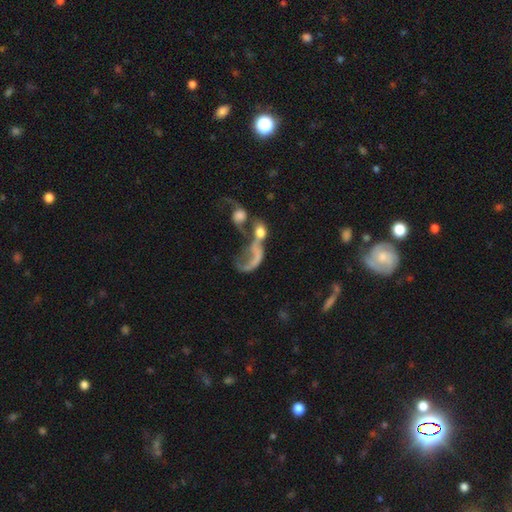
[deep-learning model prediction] This appears to be a featured or disk galaxy (57%) with no bar (74%), spiral arms (54%) and no central bulge (45%). Merging: merger (64%).